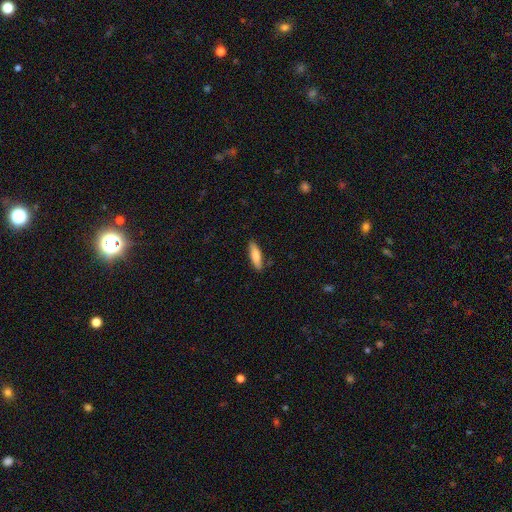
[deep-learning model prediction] The model was most divided on "how rounded": cigar-shaped: 62%, in between: 36%, round: 2%. More confident: merging — none (85%); smooth or featured — smooth (79%).